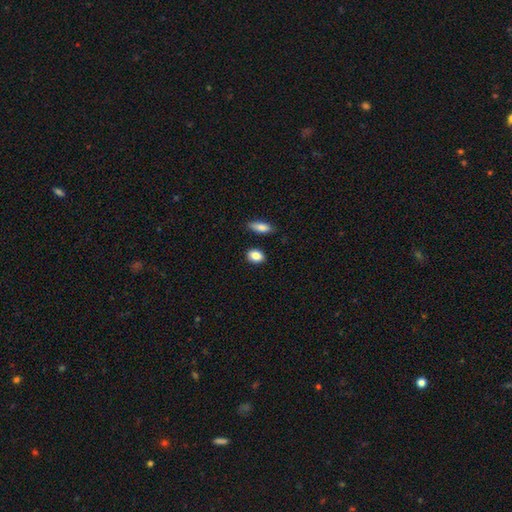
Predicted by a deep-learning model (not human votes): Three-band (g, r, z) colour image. It shows a smooth galaxy with no disk features (86%) that is in between round and cigar-shaped (68%). Merging: none (85%).